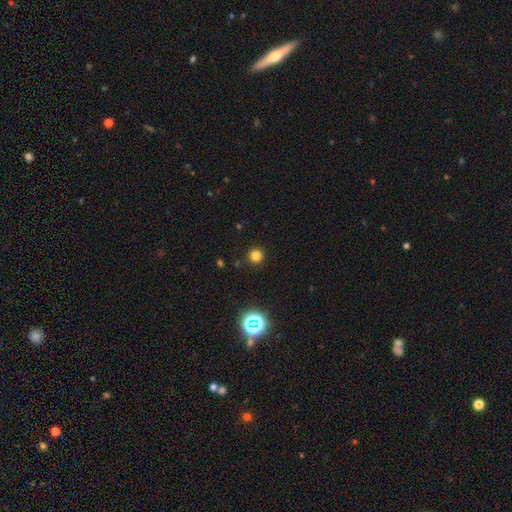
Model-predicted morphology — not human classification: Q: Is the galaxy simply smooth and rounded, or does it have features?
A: smooth — 79%.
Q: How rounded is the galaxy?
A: round — 95%.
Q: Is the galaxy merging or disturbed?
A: none — 91%.